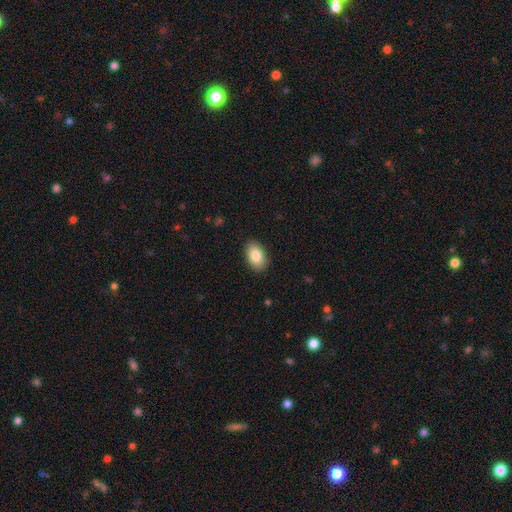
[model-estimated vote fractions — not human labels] smooth-or-featured: smooth: 84% | featured or disk: 9% | star or artifact: 7%
  how-rounded: in between: 89% | round: 10% | cigar-shaped: 1%
  merging: none: 88% | minor disturbance: 9% | major disturbance: 2% | merger: 1%